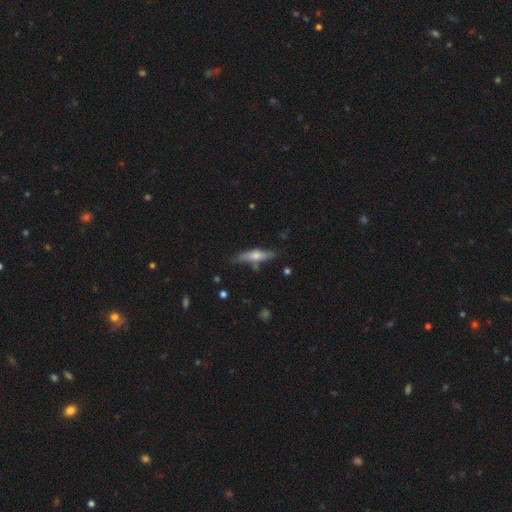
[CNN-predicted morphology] type=smooth (52%); roundness=cigar-shaped (70%); merging=none (69%).